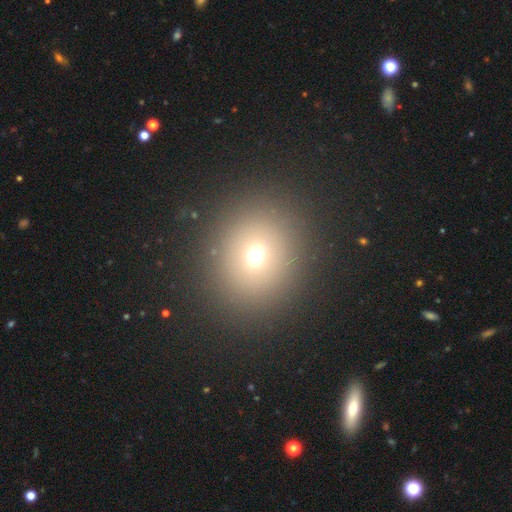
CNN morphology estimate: Smooth or featured? smooth (66%)
How rounded? round (76%)
Merging? none (86%)